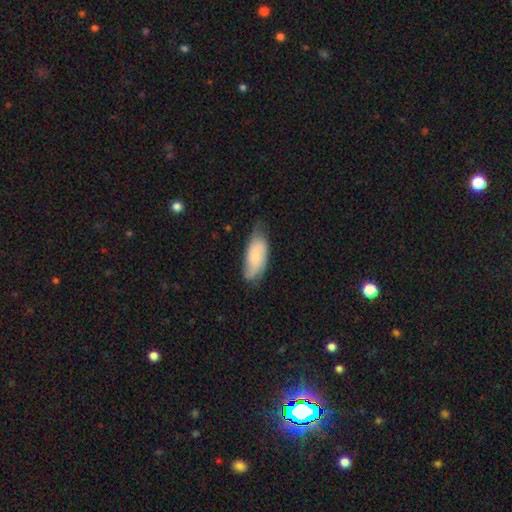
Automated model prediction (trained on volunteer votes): Q: Smooth or featured?
A: smooth (60%); runner-up: featured or disk (33%)
Q: How rounded?
A: in between (84%); runner-up: cigar-shaped (14%)
Q: Merging?
A: none (56%); runner-up: minor disturbance (34%)